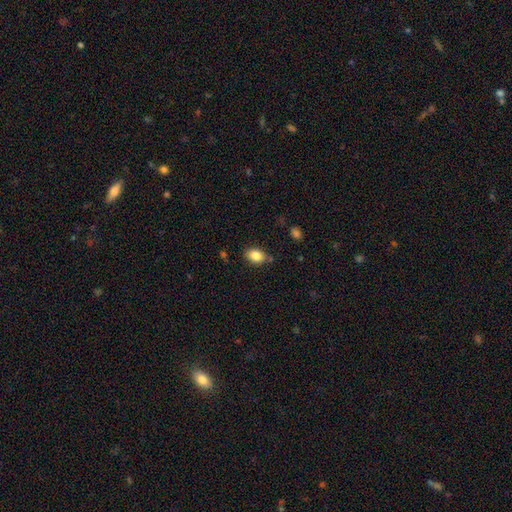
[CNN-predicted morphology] Smooth or featured: smooth — 84% (star or artifact — 9%)
How rounded: in between — 80% (round — 19%)
Merging: none — 79% (minor disturbance — 14%)